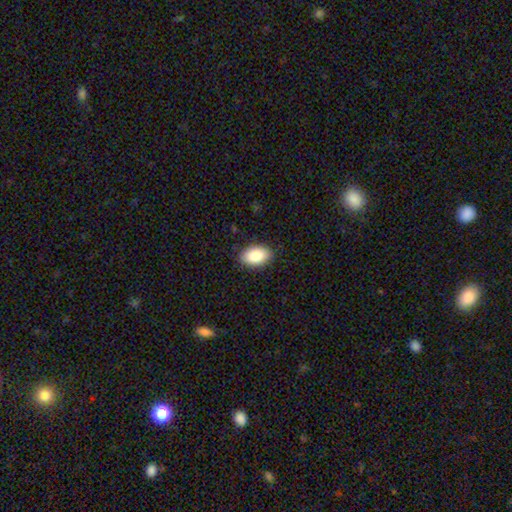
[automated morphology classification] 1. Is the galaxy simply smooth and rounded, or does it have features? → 86% smooth, 7% featured or disk, 7% star or artifact.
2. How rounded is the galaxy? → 92% in between, 6% round, 1% cigar-shaped.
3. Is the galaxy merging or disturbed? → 87% none, 10% minor disturbance, 2% major disturbance, 1% merger.